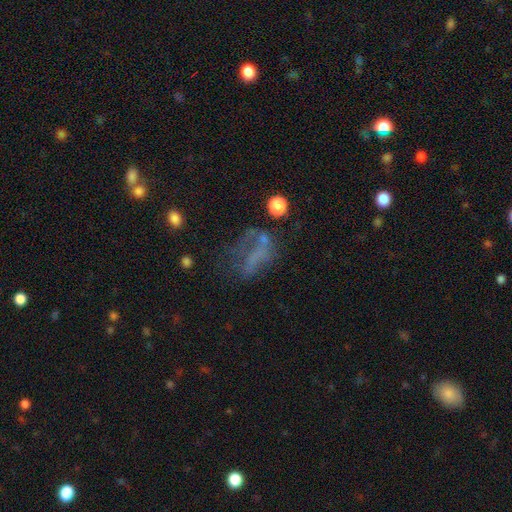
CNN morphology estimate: type=featured or disk (42%); merging=major disturbance (41%).